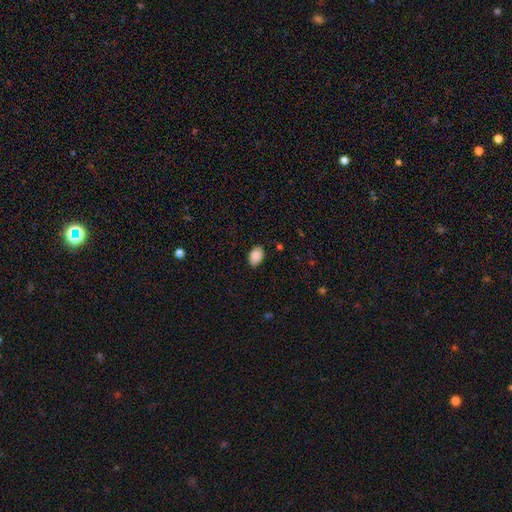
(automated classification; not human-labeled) Morphology: type=smooth (89%); roundness=in between (90%); merging=none (85%).